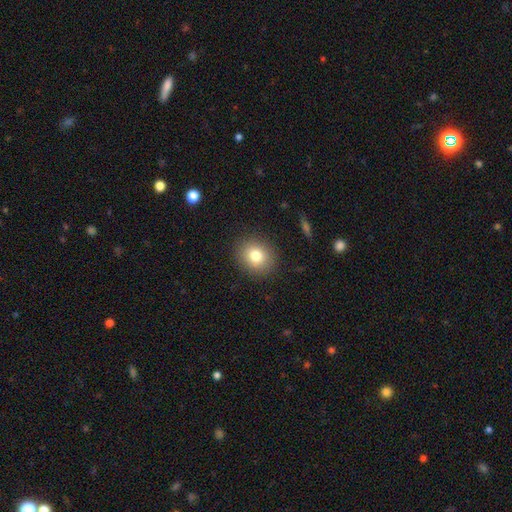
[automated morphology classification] smooth_or_featured: smooth (p=0.79) [alt: star or artifact p=0.11]
how_rounded: round (p=0.72) [alt: in between p=0.27]
merging: none (p=0.89) [alt: minor disturbance p=0.08]